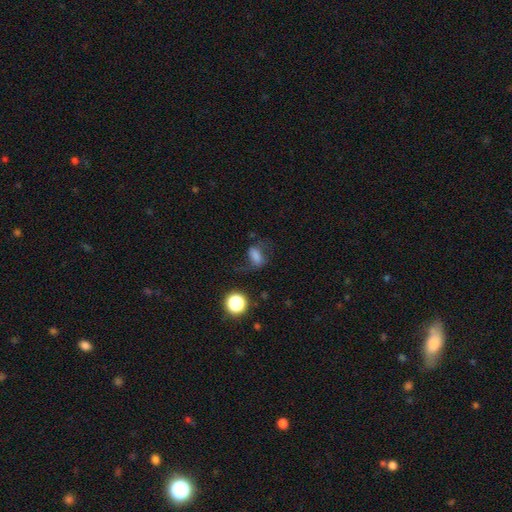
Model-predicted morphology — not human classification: A smooth galaxy with no disk features (62%) that is in between round and cigar-shaped (77%). Merging: none (46%).